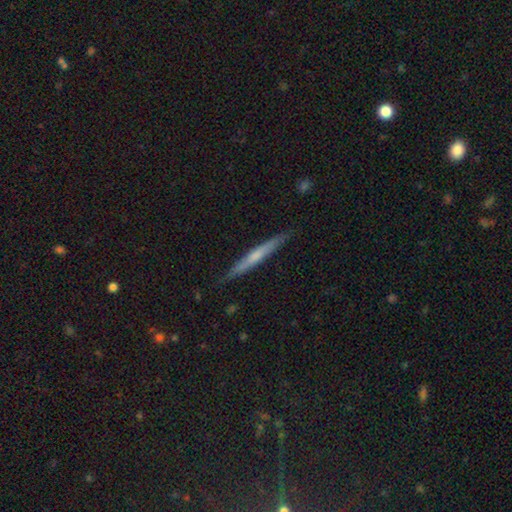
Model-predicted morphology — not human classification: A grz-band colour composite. It shows a featured or disk galaxy (51%) viewed edge-on (96%). Merging: none (87%).